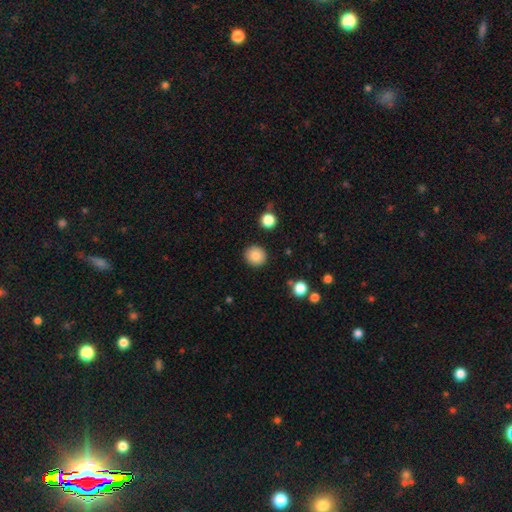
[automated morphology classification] This is clearly a smooth galaxy (87%). How rounded: clearly round (91%). Merging: clearly none (90%).